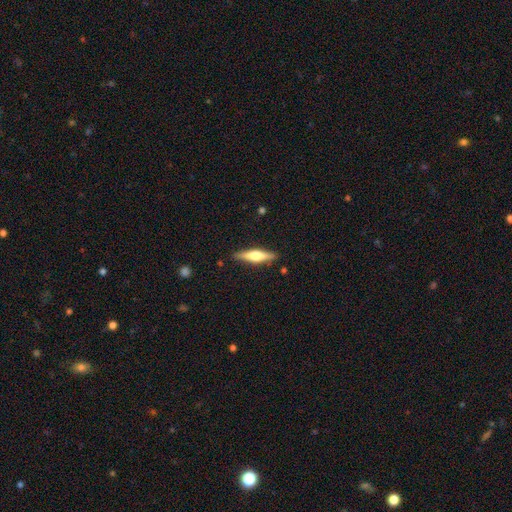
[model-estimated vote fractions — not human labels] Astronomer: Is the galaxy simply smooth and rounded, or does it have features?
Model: featured or disk — 58% (runner-up: smooth, 36%).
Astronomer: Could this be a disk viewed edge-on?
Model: yes — 96%.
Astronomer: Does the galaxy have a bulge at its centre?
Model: rounded — 89%.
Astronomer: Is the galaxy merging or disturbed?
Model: none — 88%.